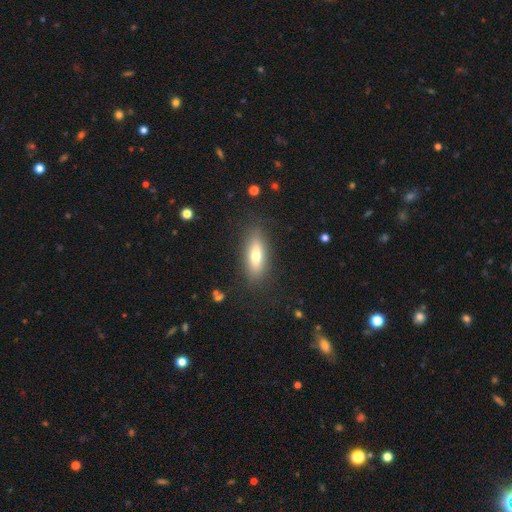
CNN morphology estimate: smooth 65%, featured or disk 28%, star or artifact 7%. Down the decision tree: how rounded — in between (62%); merging — none (85%).